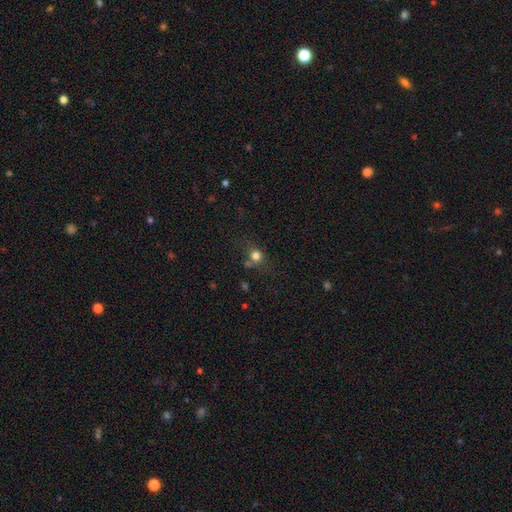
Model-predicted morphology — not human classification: Smooth or featured? smooth (74%)
How rounded? round (83%)
Merging? none (65%)